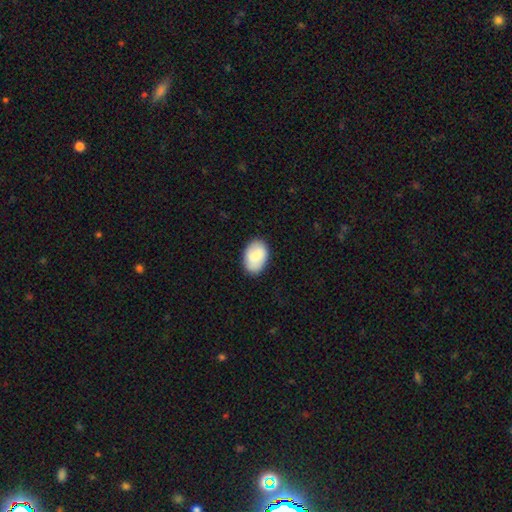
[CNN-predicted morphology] type=smooth (85%); roundness=in between (88%); merging=none (84%).